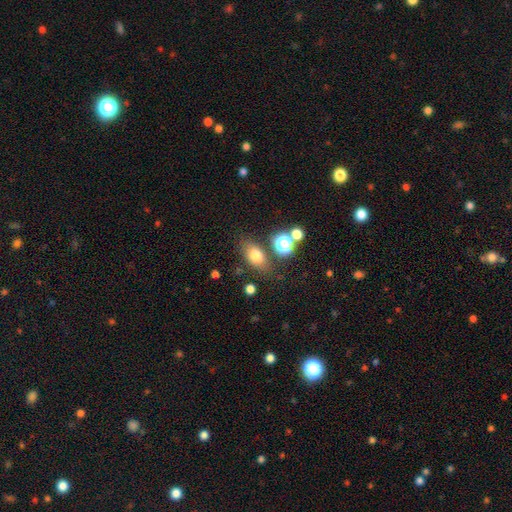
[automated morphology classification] Smooth or featured? Predicted: smooth (p=0.74). How rounded? Predicted: in between (p=0.77). Merging? Predicted: none (p=0.74).